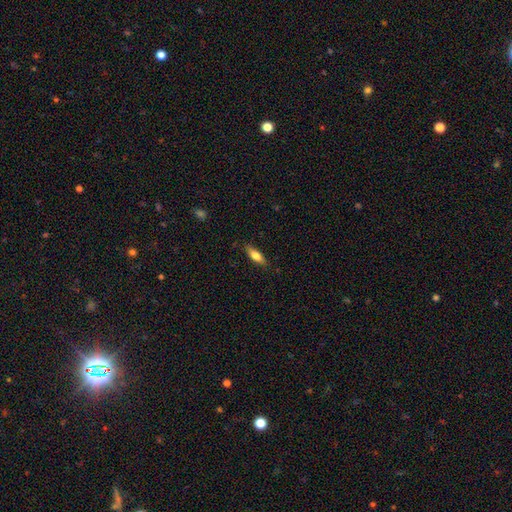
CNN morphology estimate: Overall: smooth (69%). How rounded: in between (55%; cigar-shaped 43%). Merging: none (85%).